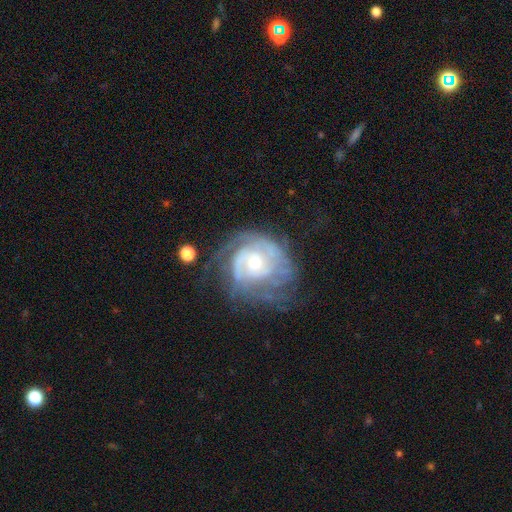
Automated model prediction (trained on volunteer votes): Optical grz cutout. It shows a featured or disk galaxy (84%) with no bar (71%), tight (66%) spiral arms (93%) and a small central bulge (49%). Merging: none (58%).